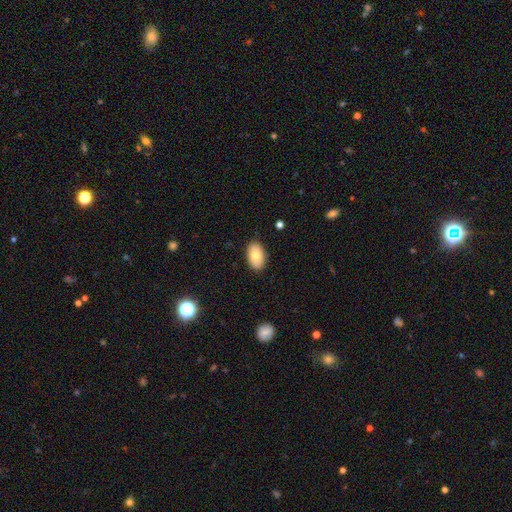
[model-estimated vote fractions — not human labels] smooth-or-featured: smooth: 78% | featured or disk: 15% | star or artifact: 7%
  how-rounded: in between: 92% | round: 7% | cigar-shaped: 1%
  merging: none: 88% | minor disturbance: 9% | major disturbance: 2% | merger: 1%